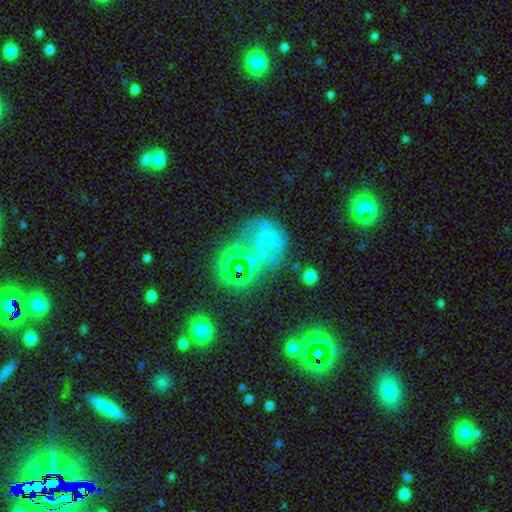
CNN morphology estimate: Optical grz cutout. It shows a featured or disk galaxy (43%). Merging: merger (40%).